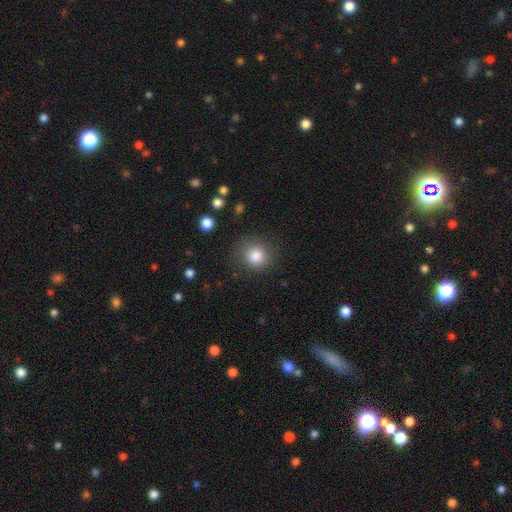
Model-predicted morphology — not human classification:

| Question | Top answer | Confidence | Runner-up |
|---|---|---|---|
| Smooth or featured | smooth | 84% | star or artifact (10%) |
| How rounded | round | 88% | in between (11%) |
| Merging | none | 81% | minor disturbance (12%) |